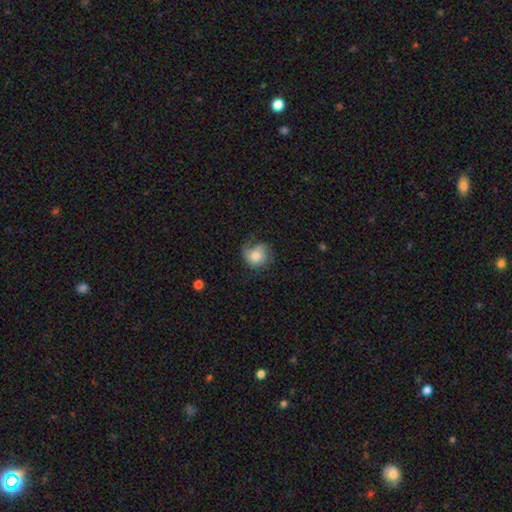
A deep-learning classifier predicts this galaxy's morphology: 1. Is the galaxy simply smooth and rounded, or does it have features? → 57% smooth, 35% featured or disk, 8% star or artifact.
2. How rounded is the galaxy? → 75% round, 24% in between, 1% cigar-shaped.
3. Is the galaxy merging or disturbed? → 51% none, 27% minor disturbance, 20% major disturbance, 2% merger.